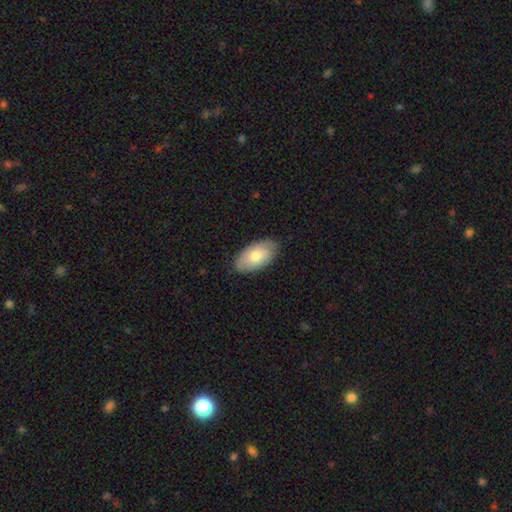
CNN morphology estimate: This is likely a smooth galaxy (71%). How rounded: clearly in between (95%). Merging: clearly none (84%).